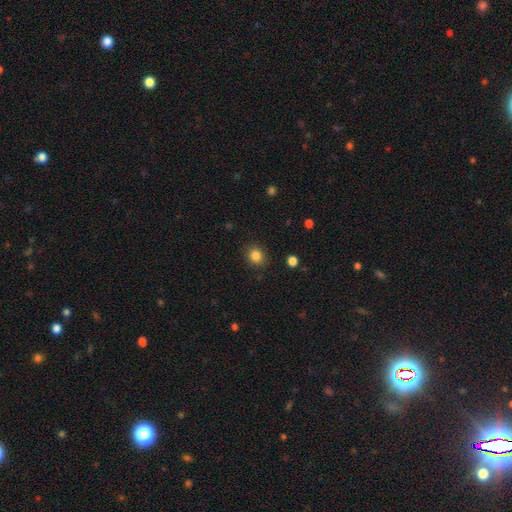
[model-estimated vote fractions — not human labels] A smooth galaxy with no disk features (85%) that is round (74%). Merging: none (89%).